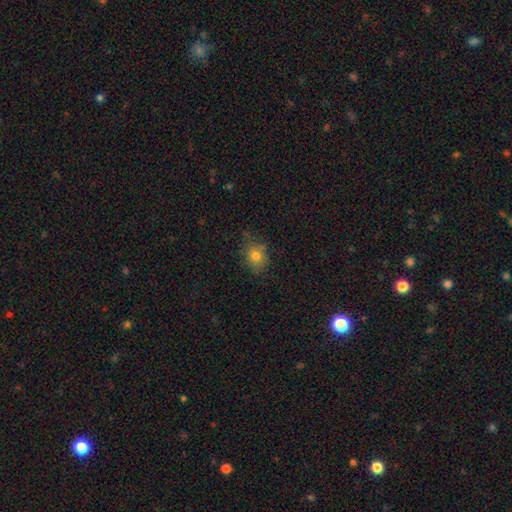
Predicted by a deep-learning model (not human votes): Smooth or featured? smooth (77%)
How rounded? in between (50%)
Merging? none (68%)